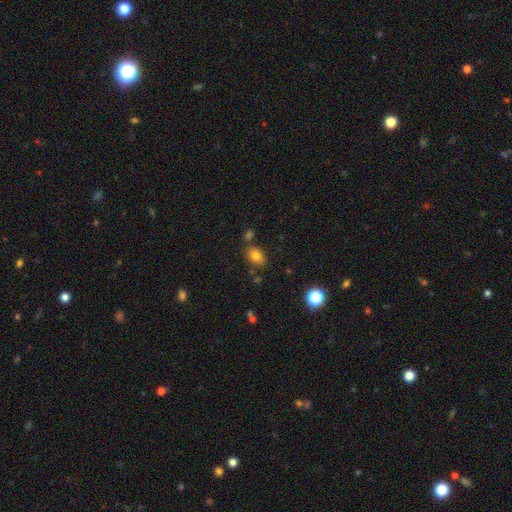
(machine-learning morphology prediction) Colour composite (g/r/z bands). It shows a smooth galaxy with no disk features (78%) that is in between round and cigar-shaped (75%). Merging: none (75%).